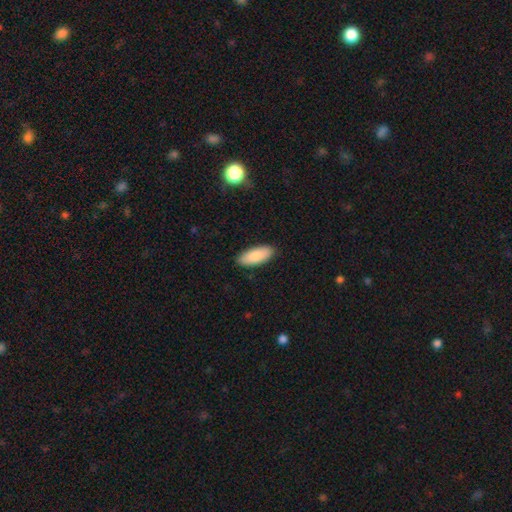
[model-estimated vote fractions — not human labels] smooth 87%, featured or disk 7%, star or artifact 6%. Down the decision tree: how rounded — in between (84%); merging — none (89%).